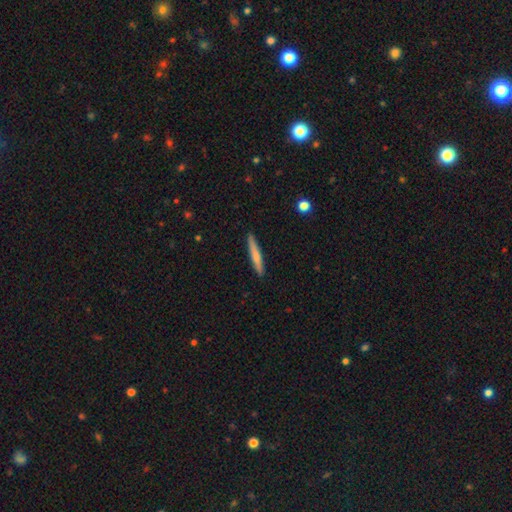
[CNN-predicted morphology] The model was most divided on "smooth or featured": smooth: 67%, featured or disk: 28%, star or artifact: 6%. More confident: how rounded — cigar-shaped (95%); merging — none (90%).